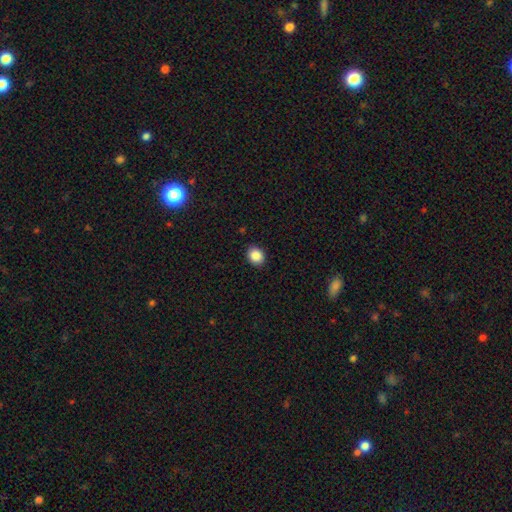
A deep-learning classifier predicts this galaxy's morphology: This is clearly a smooth galaxy (88%). How rounded: possibly round (59%). Merging: clearly none (89%).